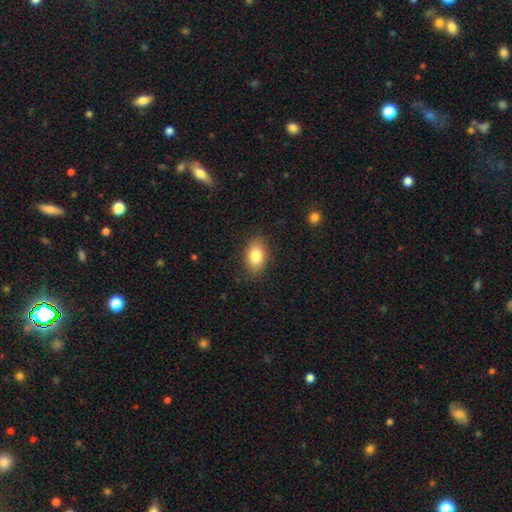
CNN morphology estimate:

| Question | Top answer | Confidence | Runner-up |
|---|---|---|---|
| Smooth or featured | smooth | 83% | featured or disk (9%) |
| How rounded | in between | 87% | round (11%) |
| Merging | none | 85% | minor disturbance (11%) |